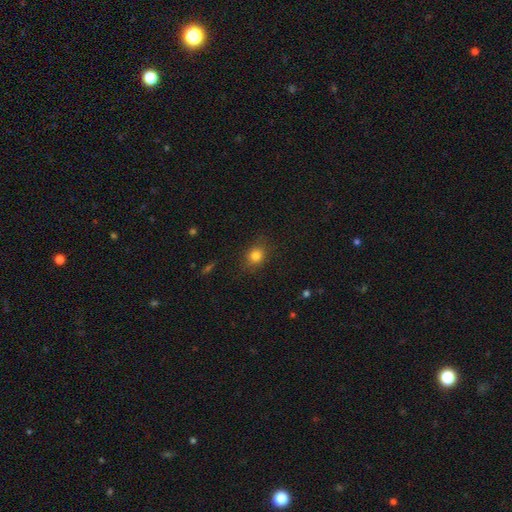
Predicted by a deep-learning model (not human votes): Smooth or featured? smooth (80%)
How rounded? round (63%)
Merging? none (83%)